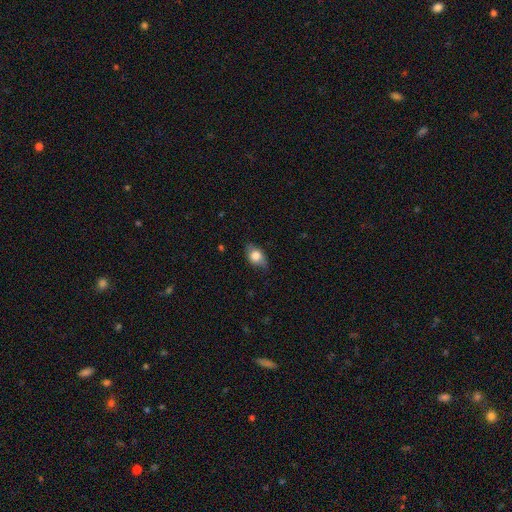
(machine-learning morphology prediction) This is likely a smooth galaxy (74%). How rounded: likely in between (77%). Merging: likely none (72%).